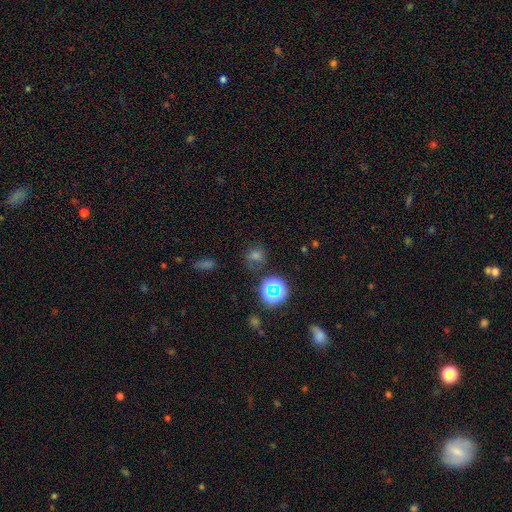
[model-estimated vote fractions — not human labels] Smooth or featured? Predicted: smooth (p=0.46). Merging? Predicted: none (p=0.76).